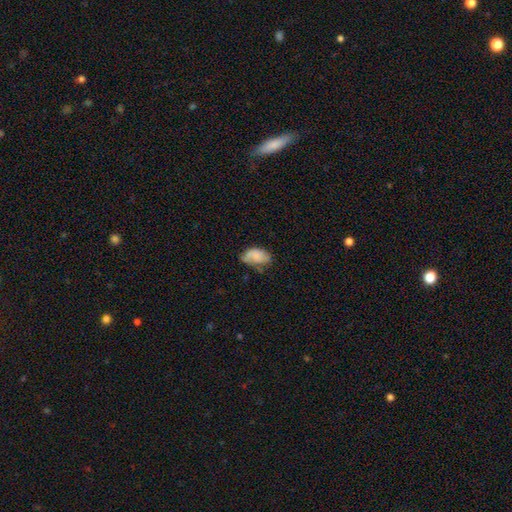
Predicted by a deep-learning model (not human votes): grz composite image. It shows a smooth galaxy with no disk features (71%) that is in between round and cigar-shaped (90%). Merging: none (43%).